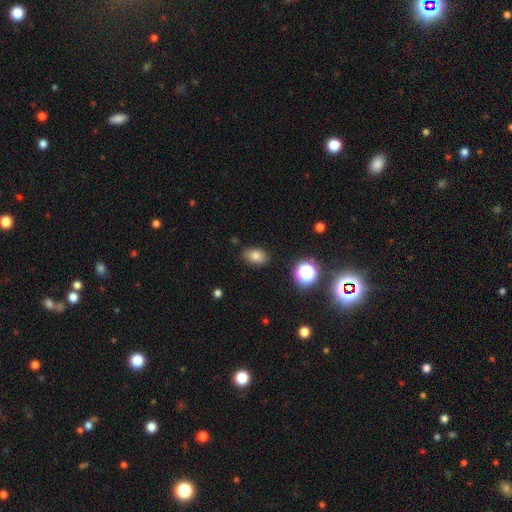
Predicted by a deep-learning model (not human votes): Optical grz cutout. It shows a smooth galaxy with no disk features (80%) that is in between round and cigar-shaped (79%). Merging: none (83%).